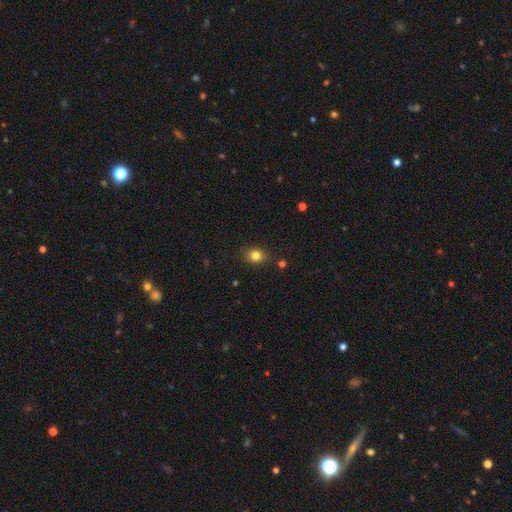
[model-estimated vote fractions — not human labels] This appears to be a smooth galaxy with no disk features (81%) that is round (63%). Merging: none (86%).